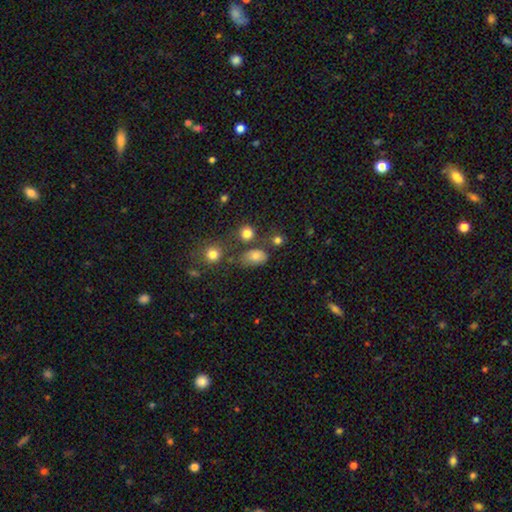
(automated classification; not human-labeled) A smooth galaxy with no disk features (79%) that is in between round and cigar-shaped (74%).

Vote fractions:
- Smooth or featured? smooth: 79% / star or artifact: 13% / featured or disk: 8%
- How rounded? in between: 74% / round: 24% / cigar-shaped: 2%
- Merging? none: 56% / minor disturbance: 22% / merger: 13% / major disturbance: 9%